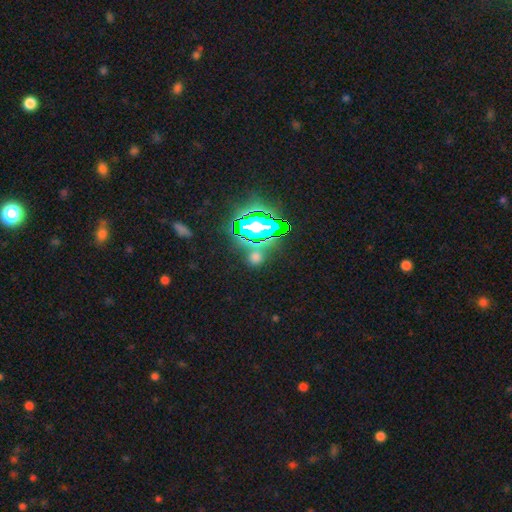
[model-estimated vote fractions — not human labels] star or artifact 50%, smooth 42%, featured or disk 8%.